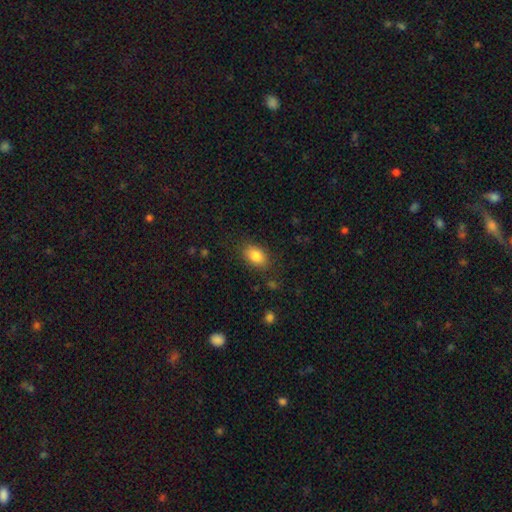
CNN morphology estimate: The model was most divided on "merging": none: 83%, minor disturbance: 12%, major disturbance: 4%, merger: 2%. More confident: smooth or featured — smooth (85%); how rounded — in between (85%).